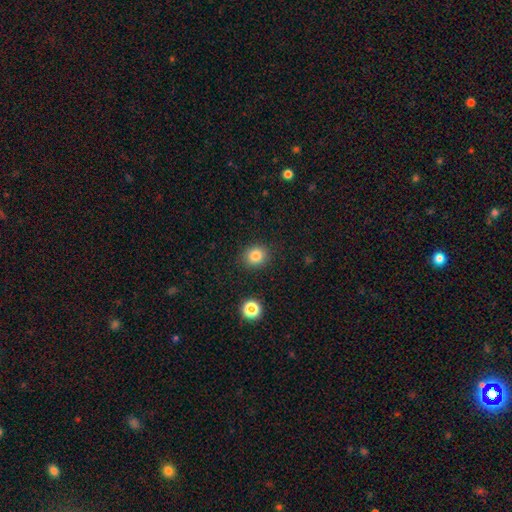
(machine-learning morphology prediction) smooth-or-featured: smooth: 83% | star or artifact: 11% | featured or disk: 6%
  how-rounded: round: 78% | in between: 21% | cigar-shaped: 1%
  merging: none: 88% | minor disturbance: 8% | major disturbance: 3% | merger: 2%